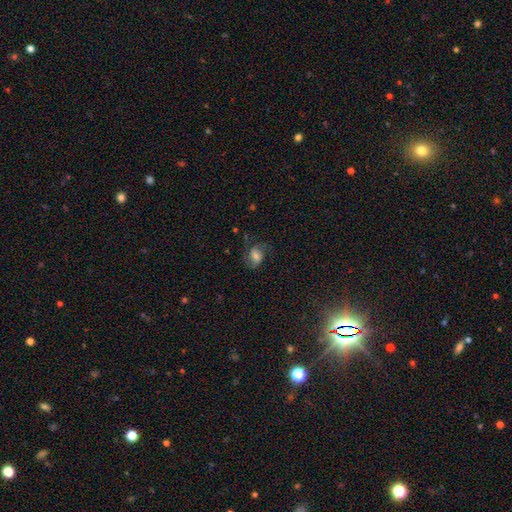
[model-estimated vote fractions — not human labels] A smooth galaxy with no disk features (46%).

Vote fractions:
- Smooth or featured? smooth: 46% / featured or disk: 42% / star or artifact: 12%
- Merging? none: 60% / minor disturbance: 23% / major disturbance: 16% / merger: 2%